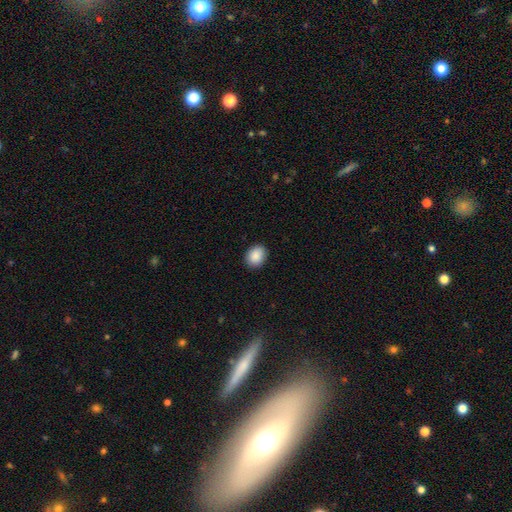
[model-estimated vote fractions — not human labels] A smooth galaxy with no disk features (89%) that is in between round and cigar-shaped (54%). Merging: none (89%).